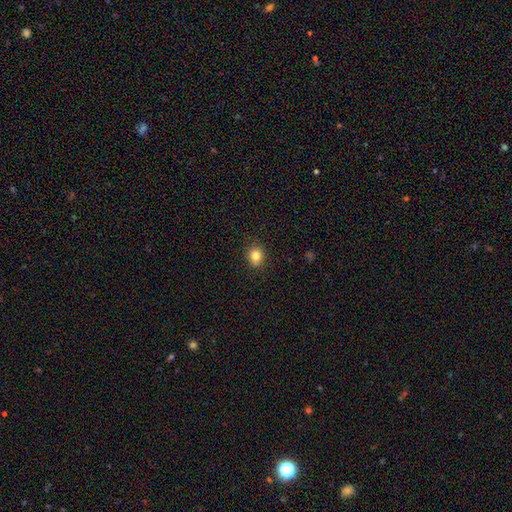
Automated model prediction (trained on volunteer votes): This appears to be a smooth galaxy with no disk features (81%) that is round (70%). Merging: none (87%).